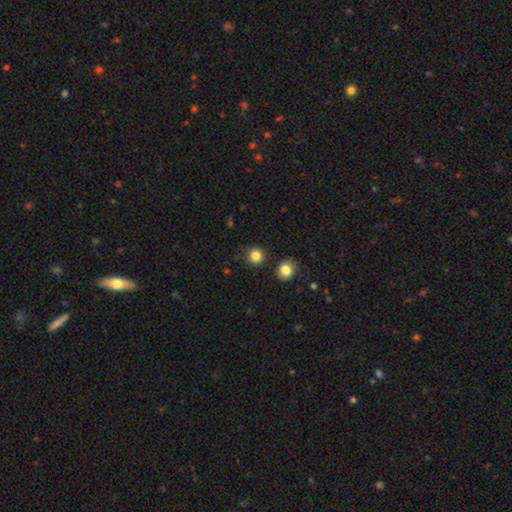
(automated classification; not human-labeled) smooth-or-featured: smooth: 84% | star or artifact: 12% | featured or disk: 4%
  how-rounded: round: 92% | in between: 7% | cigar-shaped: 1%
  merging: none: 85% | minor disturbance: 8% | merger: 4% | major disturbance: 2%